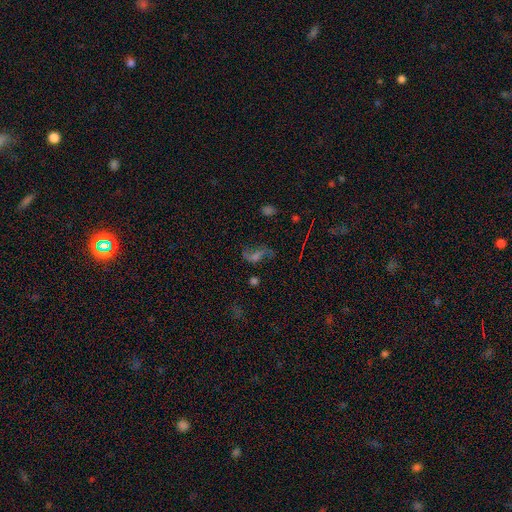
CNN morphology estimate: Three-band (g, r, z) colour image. It shows a featured or disk galaxy (52%). Merging: none (54%).